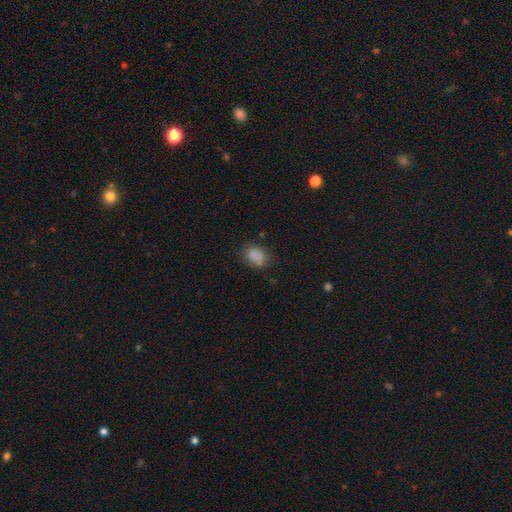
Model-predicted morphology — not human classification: Smooth or featured? Predicted: smooth (p=0.78). How rounded? Predicted: in between (p=0.67). Merging? Predicted: none (p=0.61).